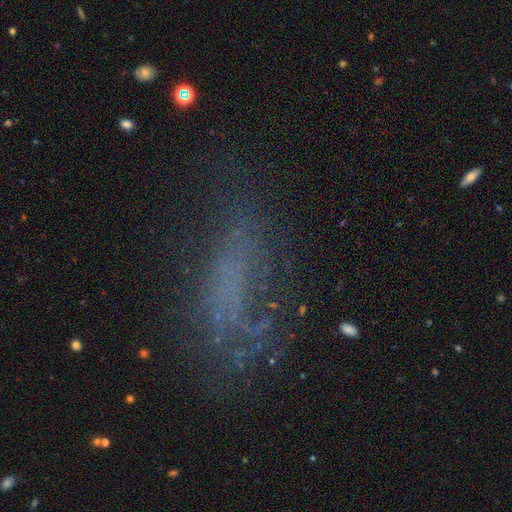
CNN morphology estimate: This is marginally a featured or disk galaxy (40%). Merging: marginally none (44%).